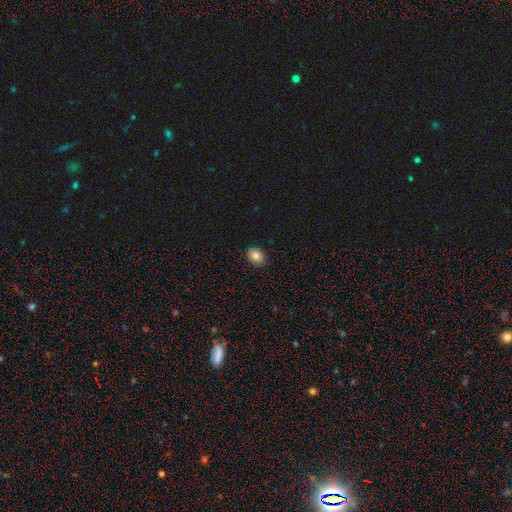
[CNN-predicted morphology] type=smooth (83%); roundness=in between (52%); merging=none (88%).